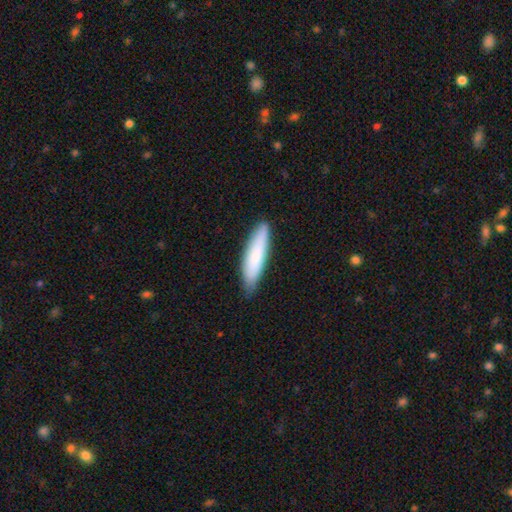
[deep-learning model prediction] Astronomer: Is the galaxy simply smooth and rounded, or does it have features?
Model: smooth — 80%.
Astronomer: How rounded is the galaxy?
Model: cigar-shaped — 74%.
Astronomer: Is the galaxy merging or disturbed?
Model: none — 82%.